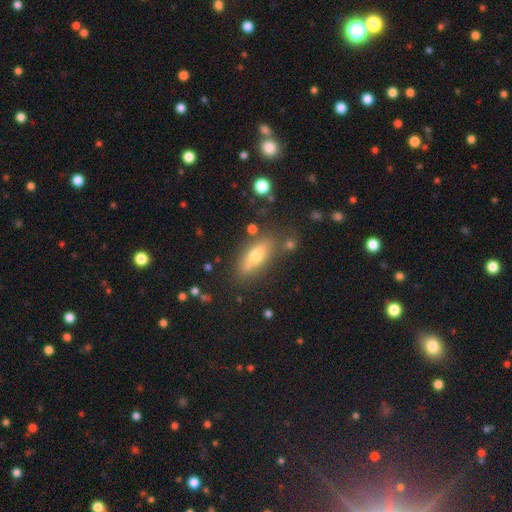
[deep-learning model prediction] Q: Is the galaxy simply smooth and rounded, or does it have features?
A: smooth — 63%.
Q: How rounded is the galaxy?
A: in between — 67%.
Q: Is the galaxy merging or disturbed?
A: none — 76%.